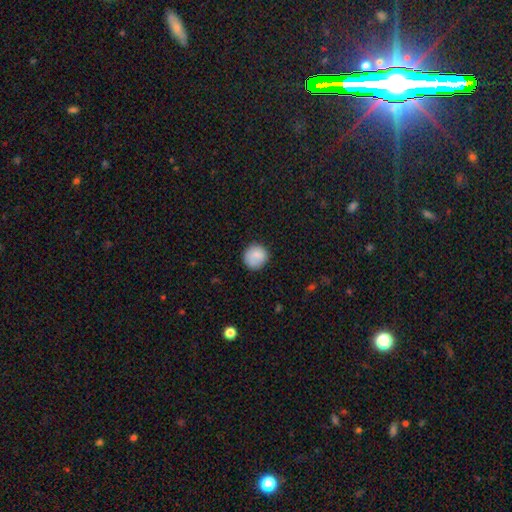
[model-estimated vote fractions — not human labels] Smooth or featured: smooth — 85% (star or artifact — 8%)
How rounded: round — 92% (in between — 7%)
Merging: none — 84% (minor disturbance — 12%)